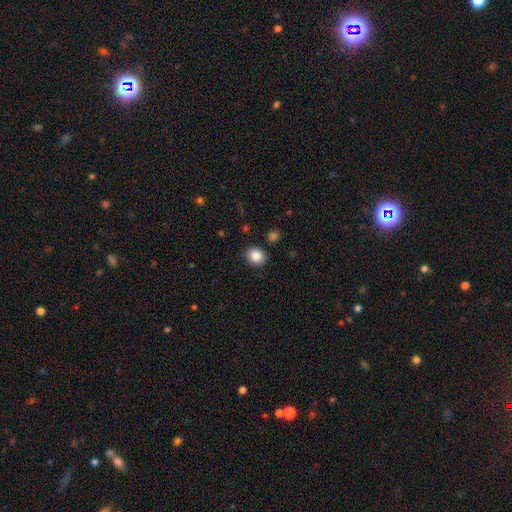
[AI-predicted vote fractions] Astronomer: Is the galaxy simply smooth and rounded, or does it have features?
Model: smooth — 86%.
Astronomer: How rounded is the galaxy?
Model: round — 68%.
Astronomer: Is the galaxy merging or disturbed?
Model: none — 87%.